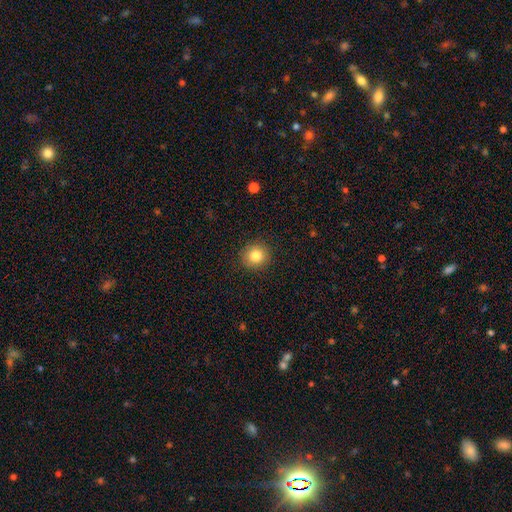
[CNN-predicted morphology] Smooth or featured? Predicted: smooth (p=0.83). How rounded? Predicted: round (p=0.91). Merging? Predicted: none (p=0.91).